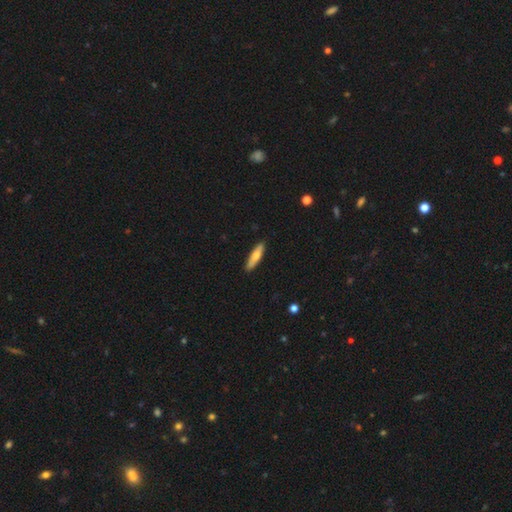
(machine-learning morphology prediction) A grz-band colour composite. It shows a smooth galaxy with no disk features (66%) that is cigar-shaped (76%). Merging: none (89%).